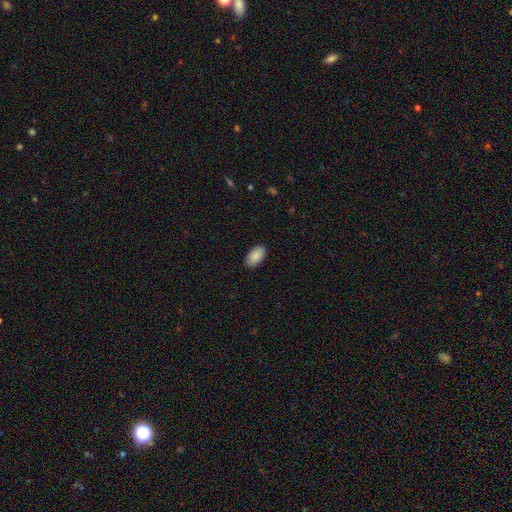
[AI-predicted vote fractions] Smooth or featured? smooth (90%)
How rounded? in between (95%)
Merging? none (88%)